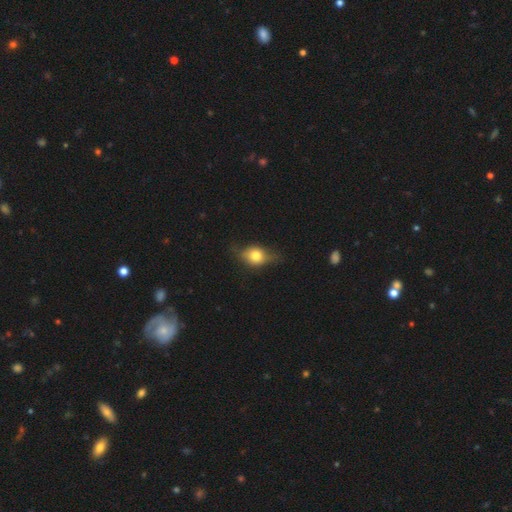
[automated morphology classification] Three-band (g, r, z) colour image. It shows a smooth galaxy with no disk features (61%) that is in between round and cigar-shaped (58%). Merging: none (63%).